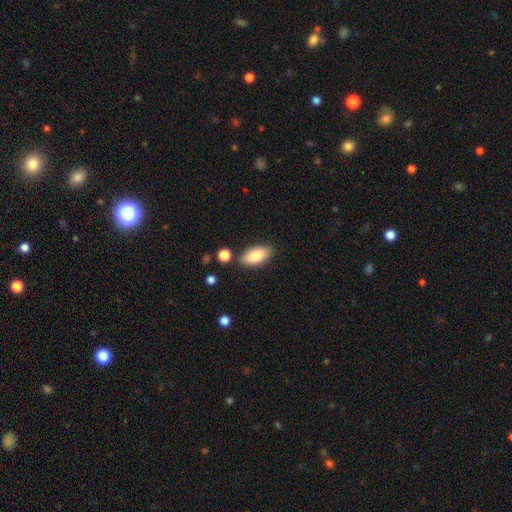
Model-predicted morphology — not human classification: smooth_or_featured: smooth (p=0.86) [alt: featured or disk p=0.08]
how_rounded: in between (p=0.91) [alt: cigar-shaped p=0.06]
merging: none (p=0.83) [alt: minor disturbance p=0.10]